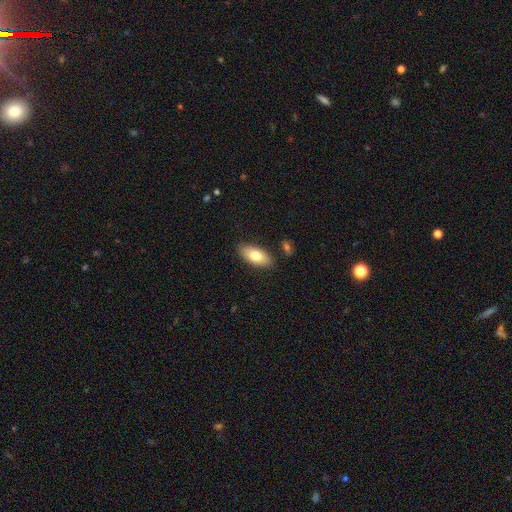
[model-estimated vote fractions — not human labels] The model was most divided on "smooth or featured": smooth: 77%, featured or disk: 17%, star or artifact: 6%. More confident: how rounded — in between (88%); merging — none (85%).